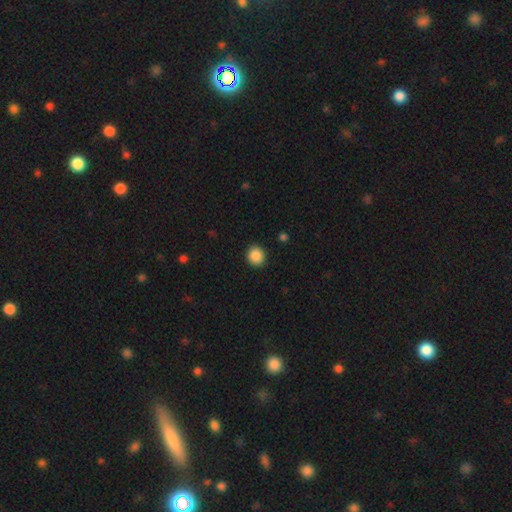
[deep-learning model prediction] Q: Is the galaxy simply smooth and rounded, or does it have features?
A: smooth — 89%.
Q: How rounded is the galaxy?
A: round — 82%.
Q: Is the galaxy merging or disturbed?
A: none — 91%.